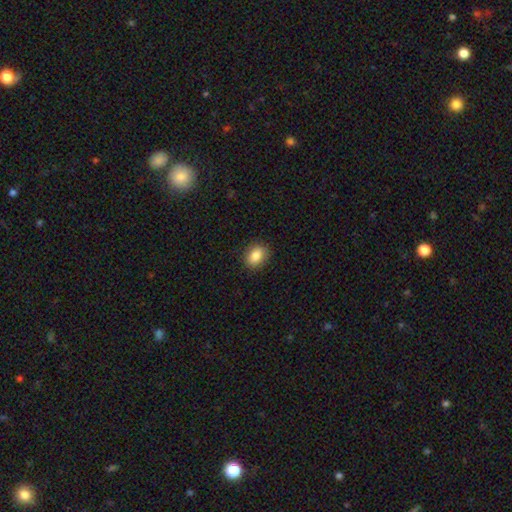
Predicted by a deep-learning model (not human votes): Smooth or featured: smooth — 85% (star or artifact — 8%)
How rounded: in between — 64% (round — 35%)
Merging: none — 88% (minor disturbance — 8%)